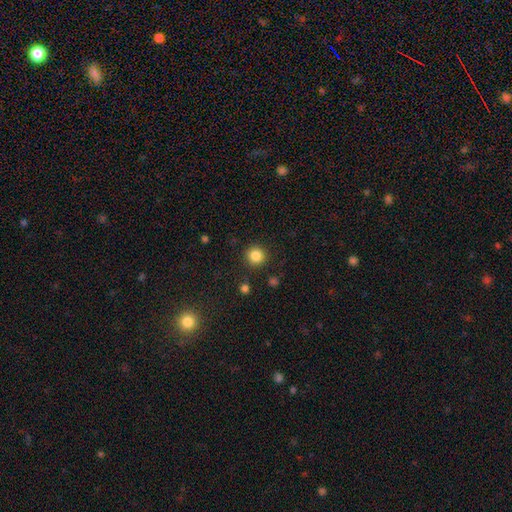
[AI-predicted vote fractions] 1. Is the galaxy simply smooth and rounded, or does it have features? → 85% smooth, 11% star or artifact, 4% featured or disk.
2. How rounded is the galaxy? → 94% round, 5% in between, 1% cigar-shaped.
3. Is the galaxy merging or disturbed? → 91% none, 6% minor disturbance, 2% major disturbance, 2% merger.